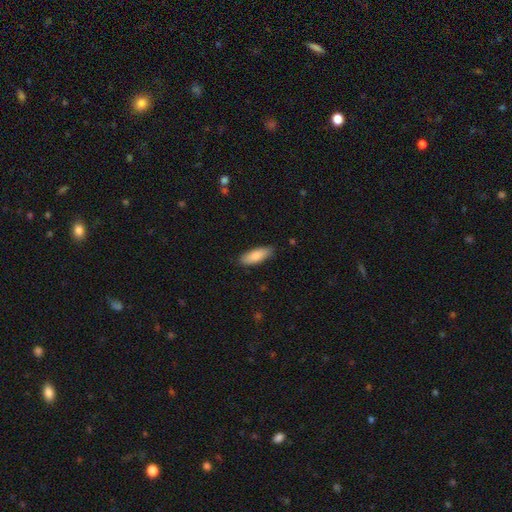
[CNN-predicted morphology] This appears to be a smooth galaxy with no disk features (84%) that is in between round and cigar-shaped (64%). Merging: none (85%).